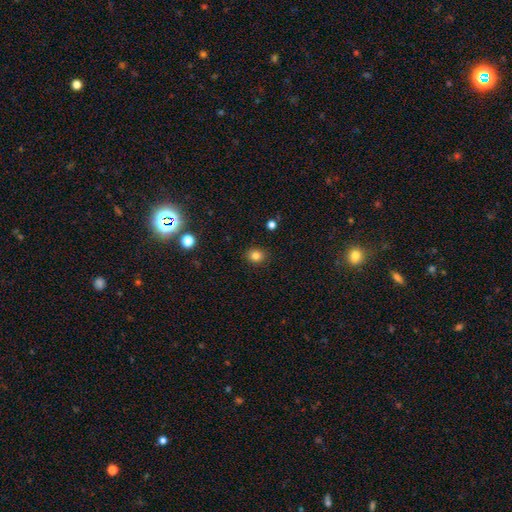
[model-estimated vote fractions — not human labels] Morphology: type=smooth (82%); roundness=round (70%); merging=none (89%).